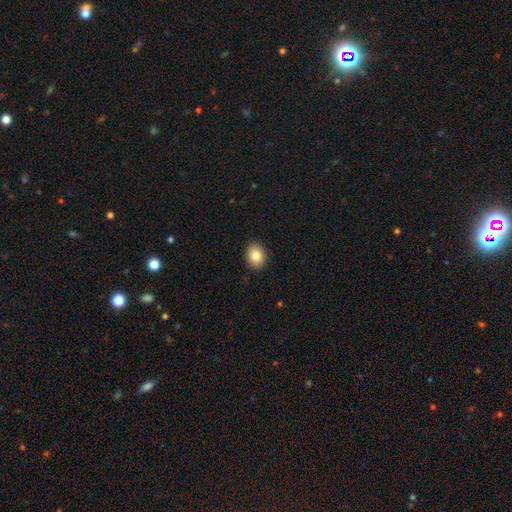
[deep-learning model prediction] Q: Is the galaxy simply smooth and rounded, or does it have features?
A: smooth — 82%.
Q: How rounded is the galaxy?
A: in between — 56%.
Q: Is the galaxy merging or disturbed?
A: none — 90%.